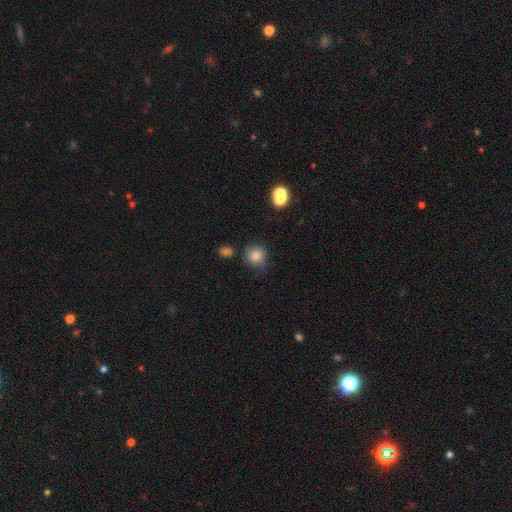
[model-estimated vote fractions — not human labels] Q: Smooth or featured?
A: smooth (81%); runner-up: star or artifact (11%)
Q: How rounded?
A: round (88%); runner-up: in between (11%)
Q: Merging?
A: none (74%); runner-up: minor disturbance (17%)